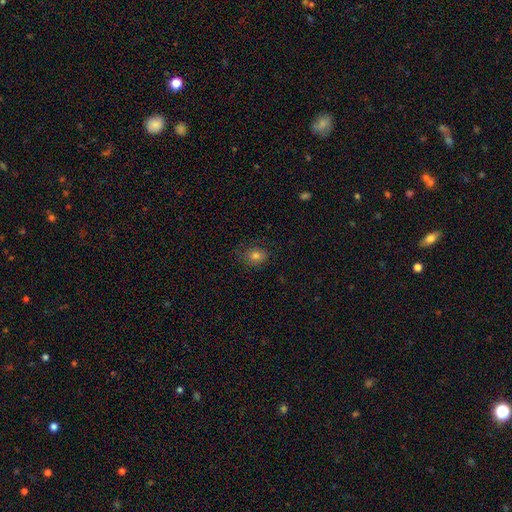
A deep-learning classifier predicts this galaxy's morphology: Smooth or featured: smooth — 78% (star or artifact — 14%)
How rounded: round — 54% (in between — 45%)
Merging: none — 76% (minor disturbance — 18%)